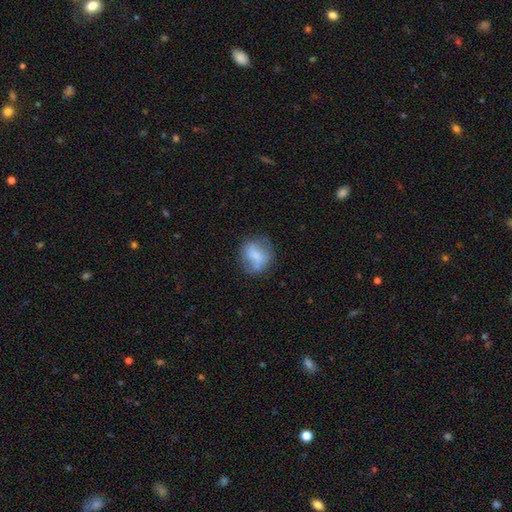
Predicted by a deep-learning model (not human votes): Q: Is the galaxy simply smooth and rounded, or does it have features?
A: smooth — 65%.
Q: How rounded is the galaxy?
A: round — 66%.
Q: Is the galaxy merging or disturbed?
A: none — 61%.